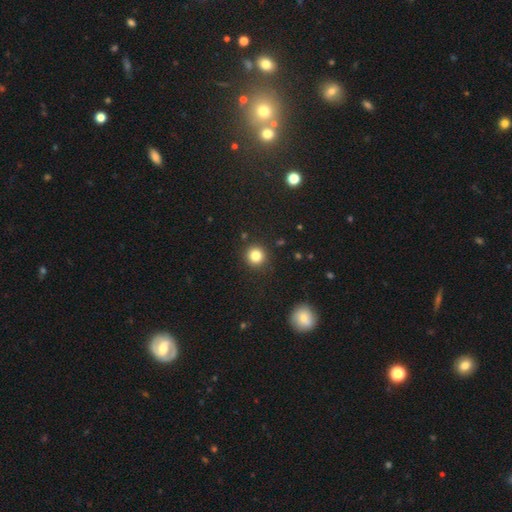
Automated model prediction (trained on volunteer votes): A smooth galaxy with no disk features (83%) that is round (93%). Merging: none (91%).